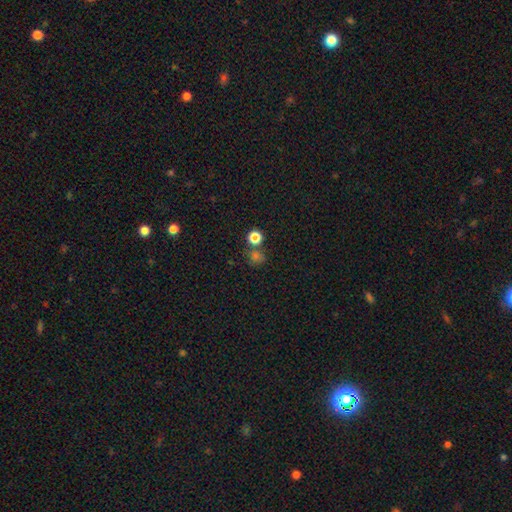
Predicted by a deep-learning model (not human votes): Smooth or featured?
  - smooth: 65% *
  - star or artifact: 28%
  - featured or disk: 7%
How rounded?
  - round: 87% *
  - in between: 12%
  - cigar-shaped: 1%
Merging?
  - none: 69% *
  - merger: 17%
  - minor disturbance: 10%
  - major disturbance: 5%